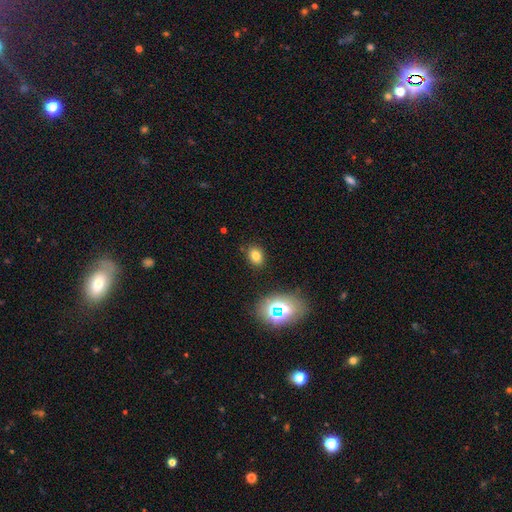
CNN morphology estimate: smooth-or-featured: smooth: 76% | star or artifact: 17% | featured or disk: 8%
  how-rounded: in between: 58% | round: 41% | cigar-shaped: 1%
  merging: none: 86% | minor disturbance: 9% | major disturbance: 3% | merger: 2%